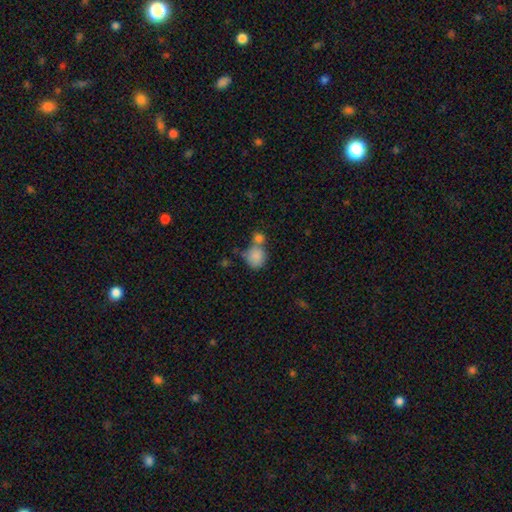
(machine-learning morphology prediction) A smooth galaxy with no disk features (85%) that is round (72%). Merging: none (42%).